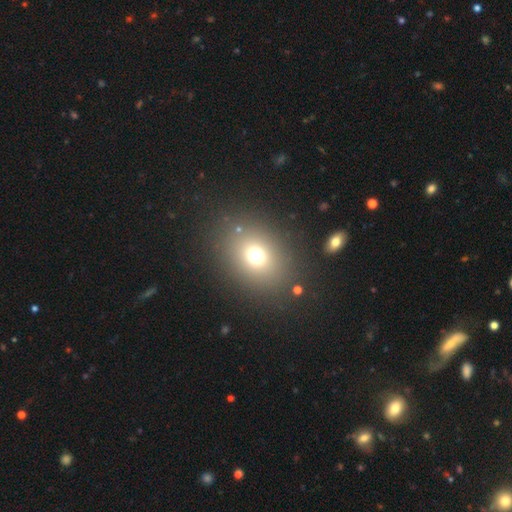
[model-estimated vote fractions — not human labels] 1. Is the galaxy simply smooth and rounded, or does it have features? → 69% smooth, 21% star or artifact, 10% featured or disk.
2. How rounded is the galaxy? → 60% round, 39% in between, 1% cigar-shaped.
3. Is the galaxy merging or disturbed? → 84% none, 8% minor disturbance, 5% major disturbance, 3% merger.